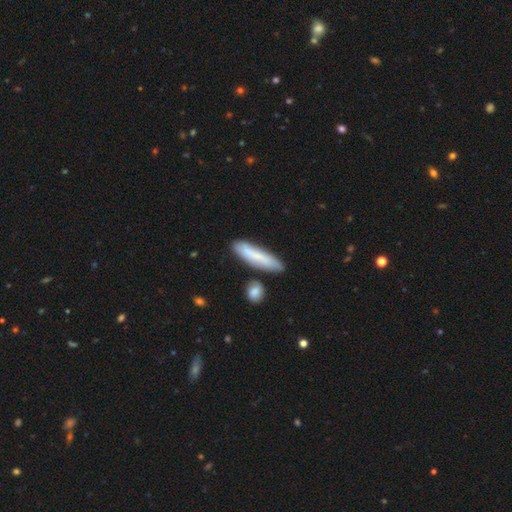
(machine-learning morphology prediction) smooth_or_featured: smooth (p=0.72) [alt: featured or disk p=0.22]
how_rounded: cigar-shaped (p=0.81) [alt: in between p=0.17]
merging: none (p=0.75) [alt: minor disturbance p=0.15]